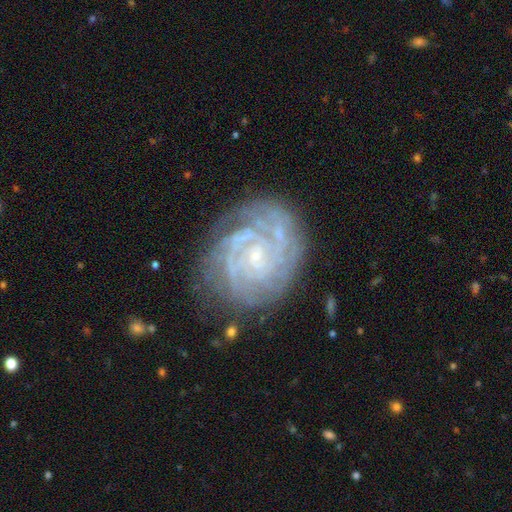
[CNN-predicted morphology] featured or disk 86%, smooth 7%, star or artifact 7%. Down the decision tree: edge-on disk — no (98%); bar — no (66%); spiral arms — yes (96%); spiral arm count — can't tell (28%); spiral winding — tight (79%); bulge size — small (81%); merging — none (76%).